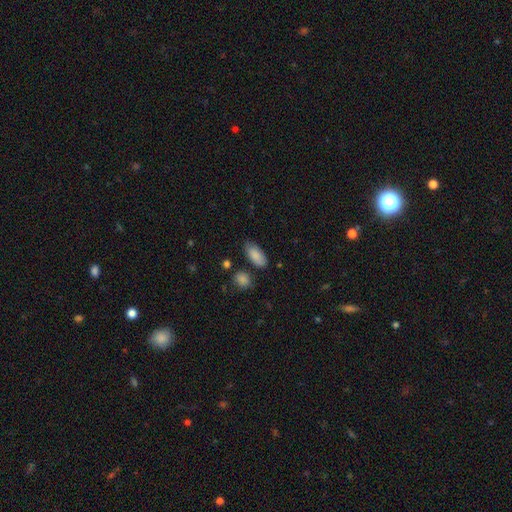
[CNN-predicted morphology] A smooth galaxy with no disk features (86%) that is in between round and cigar-shaped (89%). Merging: none (76%).